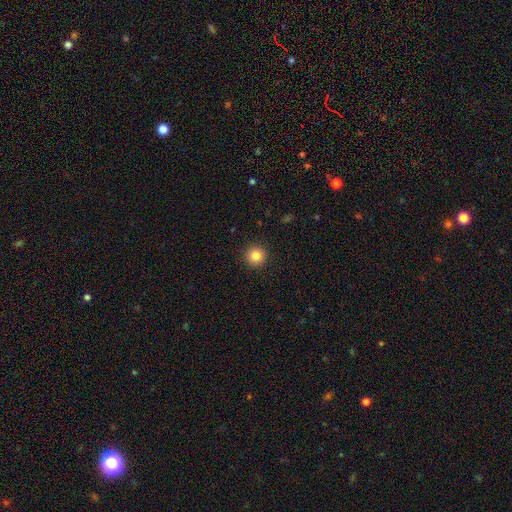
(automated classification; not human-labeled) smooth_or_featured: smooth (p=0.85) [alt: star or artifact p=0.10]
how_rounded: round (p=0.95) [alt: in between p=0.04]
merging: none (p=0.93) [alt: minor disturbance p=0.04]